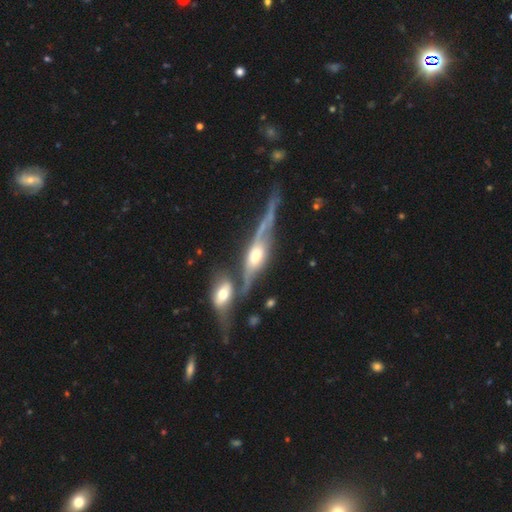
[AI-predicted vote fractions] featured or disk 81%, smooth 14%, star or artifact 6%. Down the decision tree: edge-on disk — yes (73%); edge-on bulge — rounded (79%); merging — merger (36%).